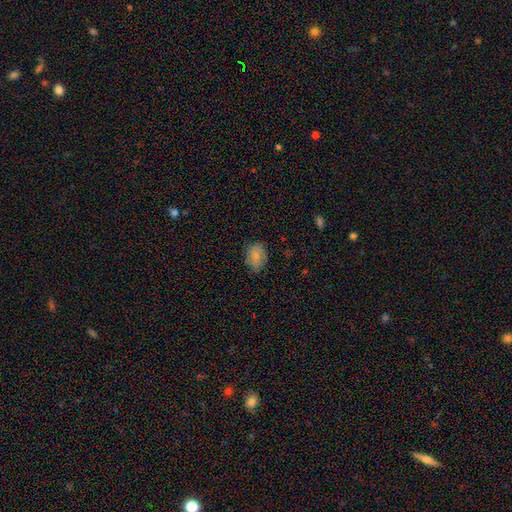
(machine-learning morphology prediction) Q: Smooth or featured?
A: smooth (78%); runner-up: featured or disk (14%)
Q: How rounded?
A: in between (71%); runner-up: round (28%)
Q: Merging?
A: none (77%); runner-up: minor disturbance (18%)